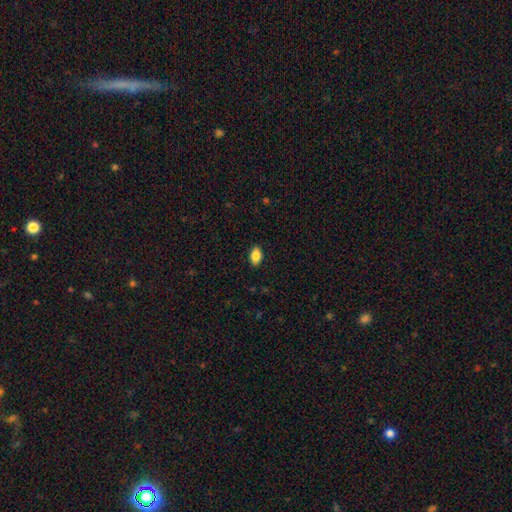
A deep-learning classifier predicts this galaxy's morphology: Smooth or featured? smooth (86%)
How rounded? in between (90%)
Merging? none (89%)